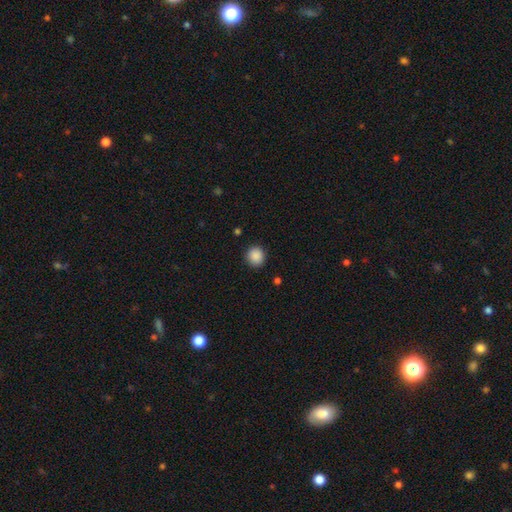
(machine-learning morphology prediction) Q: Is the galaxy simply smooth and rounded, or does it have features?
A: smooth — 88%.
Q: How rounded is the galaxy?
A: round — 89%.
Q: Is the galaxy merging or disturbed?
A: none — 90%.